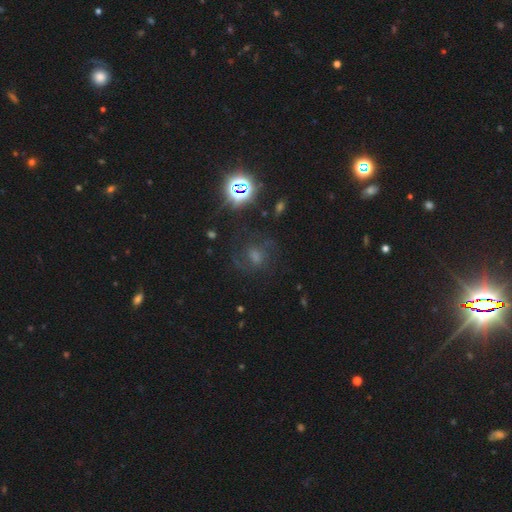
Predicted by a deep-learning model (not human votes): Morphology: type=featured or disk (36%); merging=none (61%).